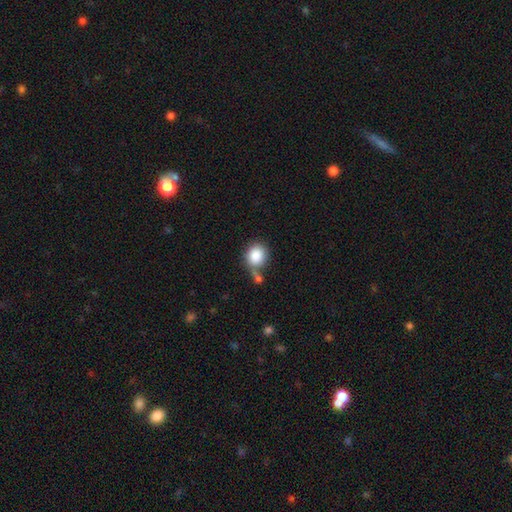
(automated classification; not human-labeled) Smooth or featured: smooth — 86% (star or artifact — 8%)
How rounded: round — 79% (in between — 20%)
Merging: none — 52% (merger — 22%)